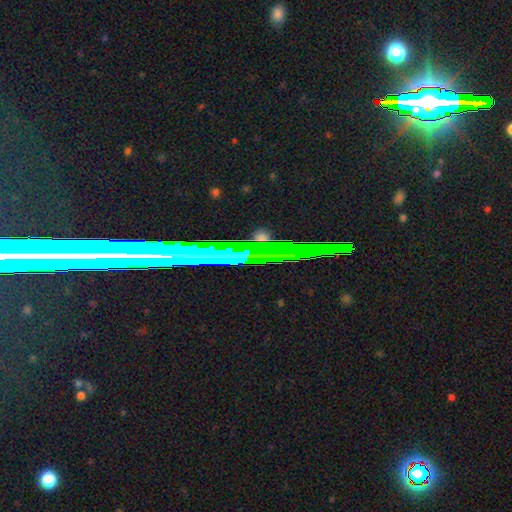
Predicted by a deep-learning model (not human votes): smooth-or-featured: star or artifact: 73% | featured or disk: 17% | smooth: 10%